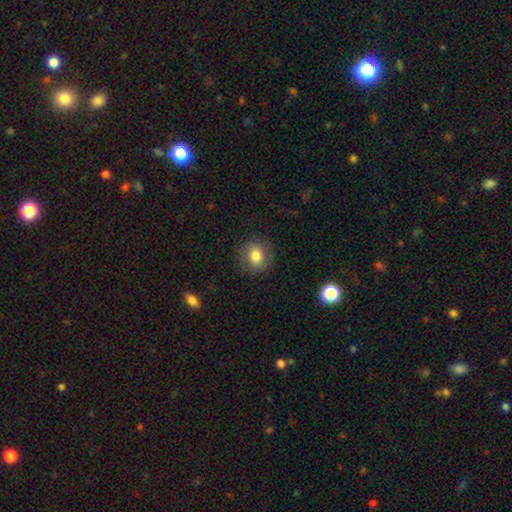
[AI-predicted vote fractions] Smooth or featured?
  - smooth: 79% *
  - featured or disk: 11%
  - star or artifact: 10%
How rounded?
  - round: 79% *
  - in between: 20%
  - cigar-shaped: 1%
Merging?
  - none: 84% *
  - minor disturbance: 11%
  - major disturbance: 4%
  - merger: 1%